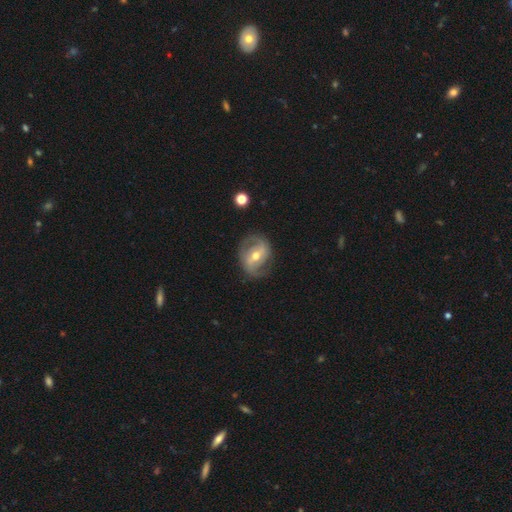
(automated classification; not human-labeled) smooth_or_featured: featured or disk (p=0.79) [alt: smooth p=0.15]
disk_edge_on: no (p=0.96) [alt: yes p=0.04]
bar: weak (p=0.43) [alt: strong p=0.37]
has_spiral_arms: yes (p=0.85) [alt: no p=0.15]
spiral_winding: medium (p=0.46) [alt: tight p=0.30]
spiral_arm_count: 2 (p=0.82) [alt: can't tell p=0.09]
bulge_size: moderate (p=0.67) [alt: small p=0.28]
merging: none (p=0.73) [alt: minor disturbance p=0.18]